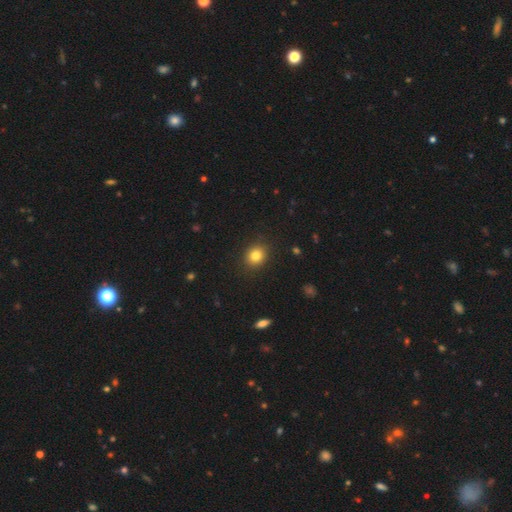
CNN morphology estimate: Overall: smooth (82%). How rounded: round (71%). Merging: none (89%).